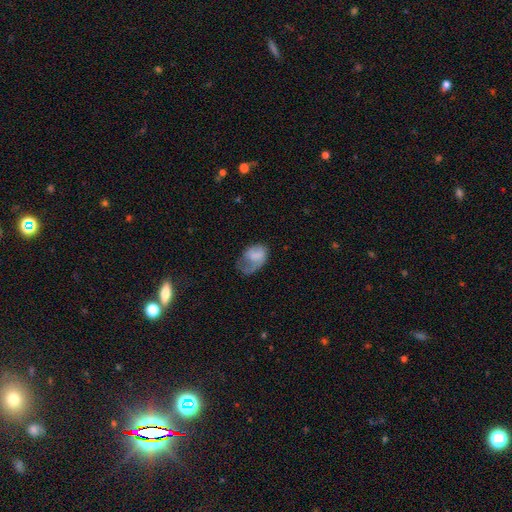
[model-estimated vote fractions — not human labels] Smooth or featured? smooth (61%)
How rounded? in between (80%)
Merging? major disturbance (43%)